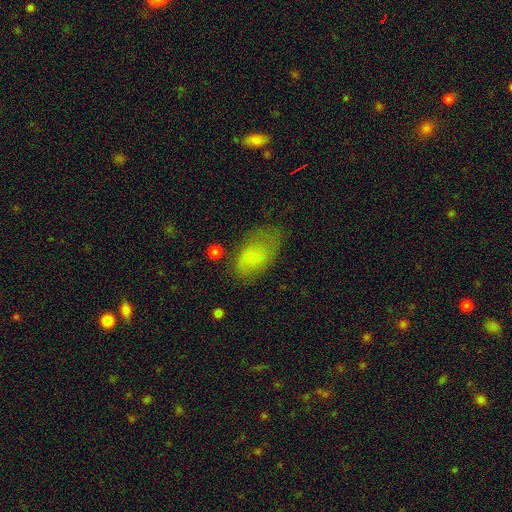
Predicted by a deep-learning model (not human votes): Q: Smooth or featured?
A: smooth (60%); runner-up: featured or disk (21%)
Q: How rounded?
A: in between (89%); runner-up: round (8%)
Q: Merging?
A: none (63%); runner-up: minor disturbance (24%)